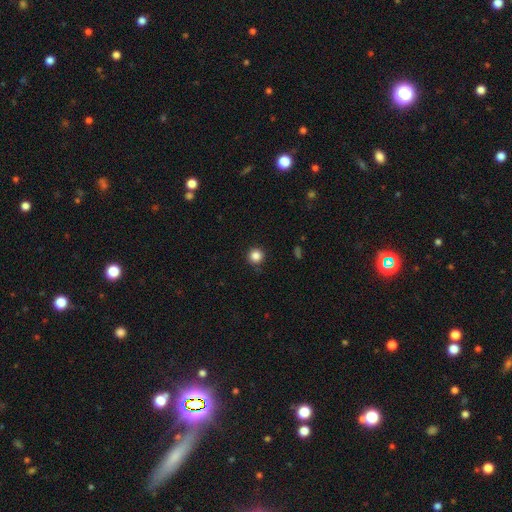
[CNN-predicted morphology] Smooth or featured: smooth — 85% (star or artifact — 12%)
How rounded: round — 95% (in between — 4%)
Merging: none — 89% (minor disturbance — 7%)